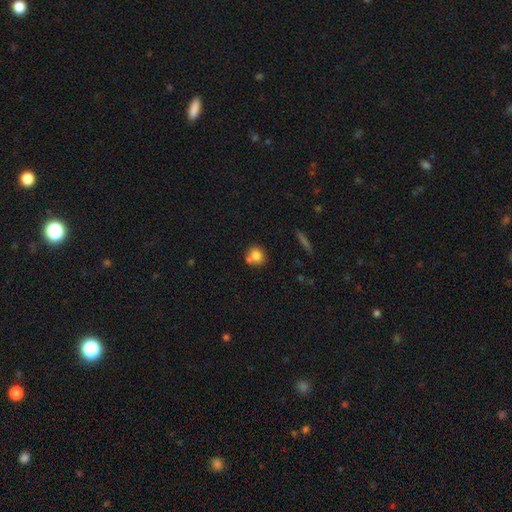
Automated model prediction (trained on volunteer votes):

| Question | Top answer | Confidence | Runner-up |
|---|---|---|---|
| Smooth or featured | smooth | 78% | featured or disk (12%) |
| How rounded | round | 79% | in between (20%) |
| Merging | none | 57% | merger (26%) |